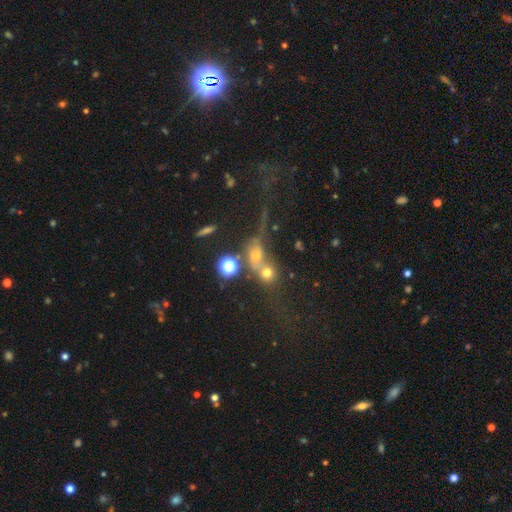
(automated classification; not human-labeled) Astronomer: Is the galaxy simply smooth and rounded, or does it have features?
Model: smooth — 53%.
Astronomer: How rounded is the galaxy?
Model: round — 65%.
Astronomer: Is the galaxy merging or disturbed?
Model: merger — 53% (runner-up: none, 29%).